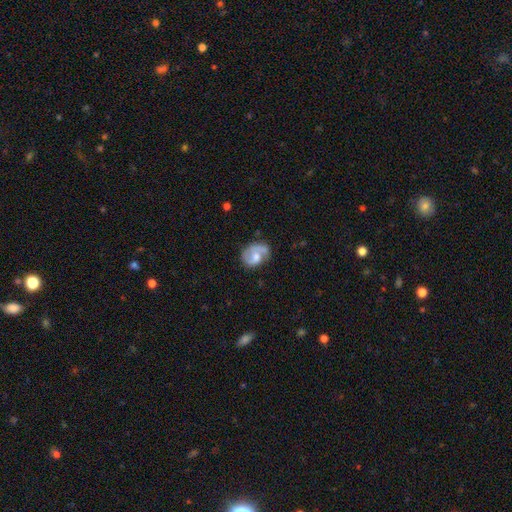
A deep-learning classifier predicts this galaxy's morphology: Smooth or featured? featured or disk (61%)
Edge-on disk? no (97%)
Bar? no (62%)
Spiral arms? yes (82%)
Bulge size? moderate (58%)
Merging? none (57%)